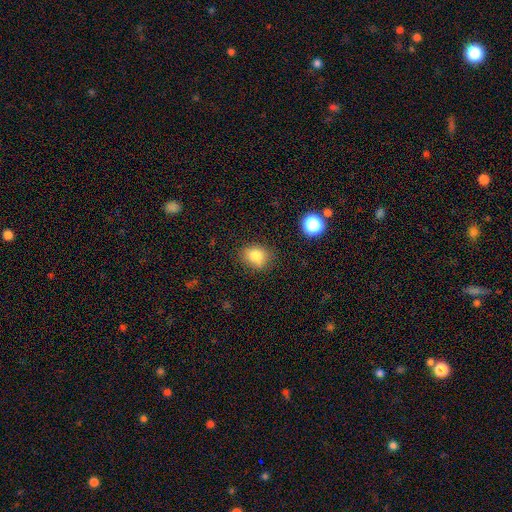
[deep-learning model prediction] A smooth galaxy with no disk features (81%) that is round (52%).

Vote fractions:
- Smooth or featured? smooth: 81% / star or artifact: 11% / featured or disk: 7%
- How rounded? round: 52% / in between: 46% / cigar-shaped: 1%
- Merging? none: 78% / minor disturbance: 16% / major disturbance: 4% / merger: 2%